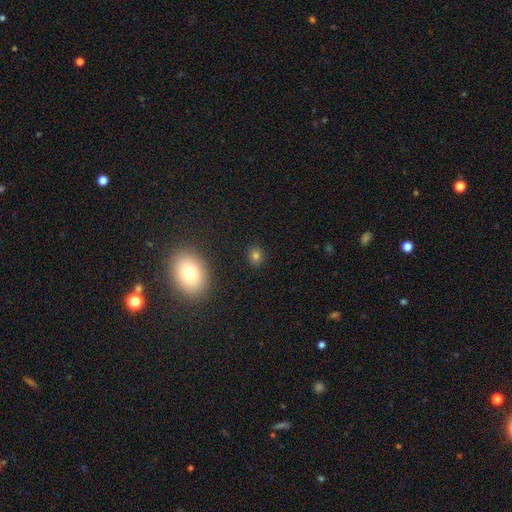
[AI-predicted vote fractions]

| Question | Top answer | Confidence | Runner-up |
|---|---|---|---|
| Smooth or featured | smooth | 76% | star or artifact (16%) |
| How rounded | round | 72% | in between (27%) |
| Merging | none | 88% | minor disturbance (8%) |